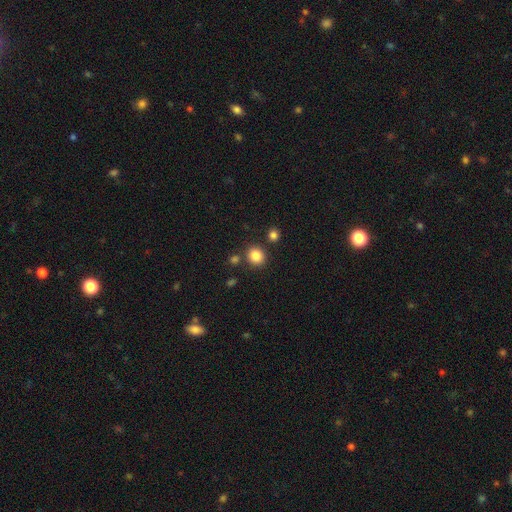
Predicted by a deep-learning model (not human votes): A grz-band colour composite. It shows a smooth galaxy with no disk features (84%) that is round (82%). Merging: none (81%).